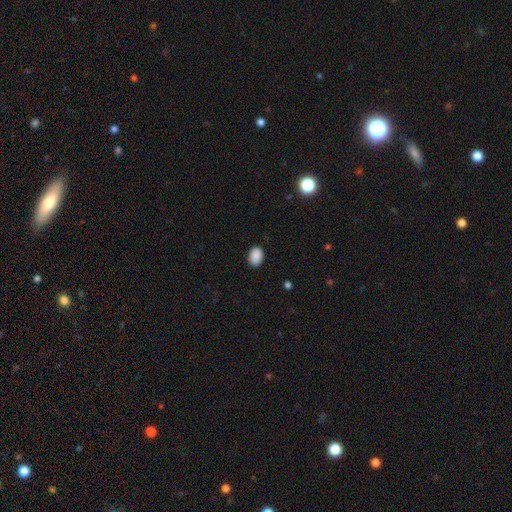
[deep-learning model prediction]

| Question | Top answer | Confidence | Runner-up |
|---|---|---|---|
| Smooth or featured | smooth | 89% | star or artifact (8%) |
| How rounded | in between | 79% | round (19%) |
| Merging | none | 85% | minor disturbance (11%) |